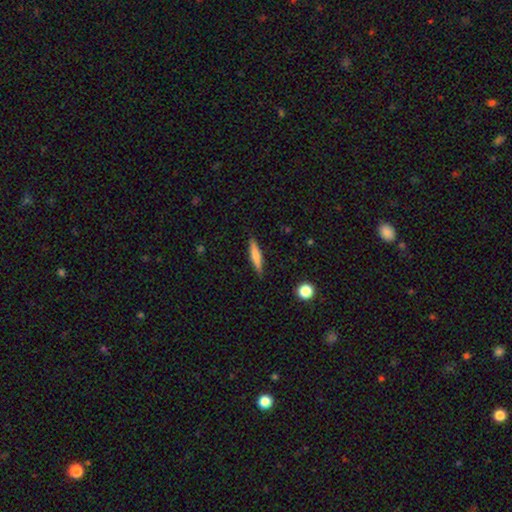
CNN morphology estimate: Smooth or featured? smooth (65%)
How rounded? cigar-shaped (87%)
Merging? none (88%)